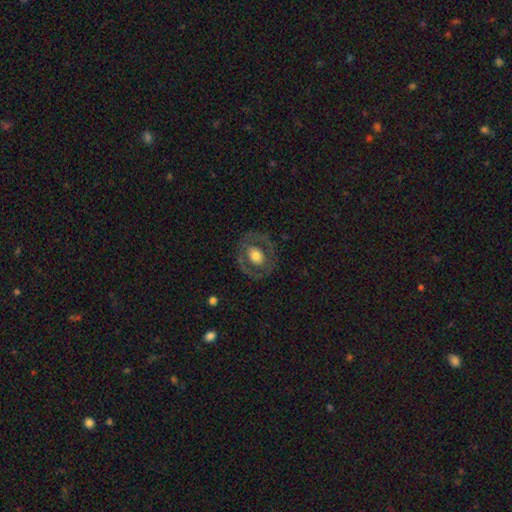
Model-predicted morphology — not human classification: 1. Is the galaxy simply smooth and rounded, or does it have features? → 53% featured or disk, 41% smooth, 6% star or artifact.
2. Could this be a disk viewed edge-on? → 95% no, 5% yes.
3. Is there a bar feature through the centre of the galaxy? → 75% no, 17% weak, 8% strong.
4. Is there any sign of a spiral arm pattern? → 79% no, 21% yes.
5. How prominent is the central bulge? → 53% moderate, 35% large, 8% small, 3% dominant, 2% none.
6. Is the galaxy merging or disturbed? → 77% none, 13% minor disturbance, 9% major disturbance, 1% merger.